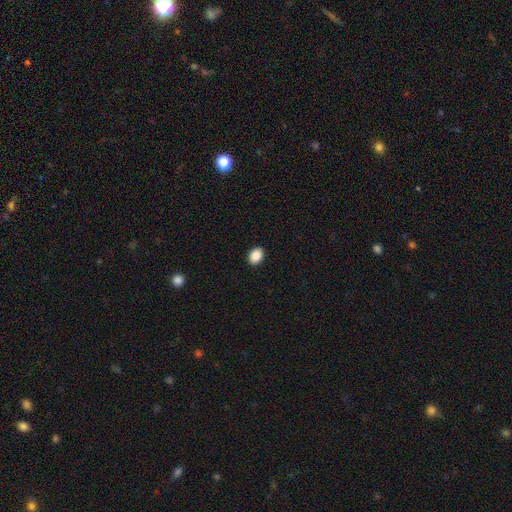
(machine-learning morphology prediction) smooth_or_featured: smooth (p=0.89) [alt: star or artifact p=0.08]
how_rounded: in between (p=0.66) [alt: round p=0.34]
merging: none (p=0.91) [alt: minor disturbance p=0.06]